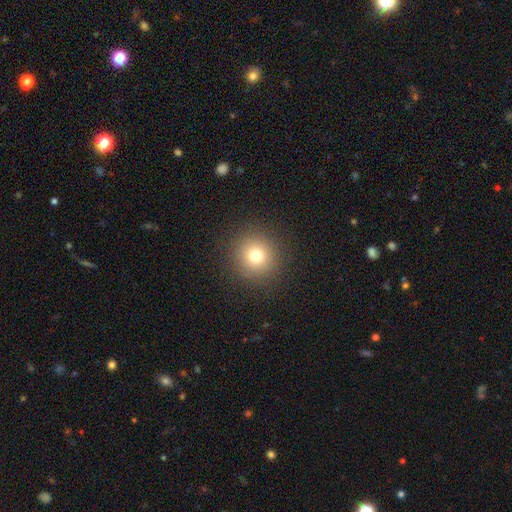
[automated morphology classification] smooth 76%, star or artifact 15%, featured or disk 9%. Down the decision tree: how rounded — round (95%); merging — none (90%).